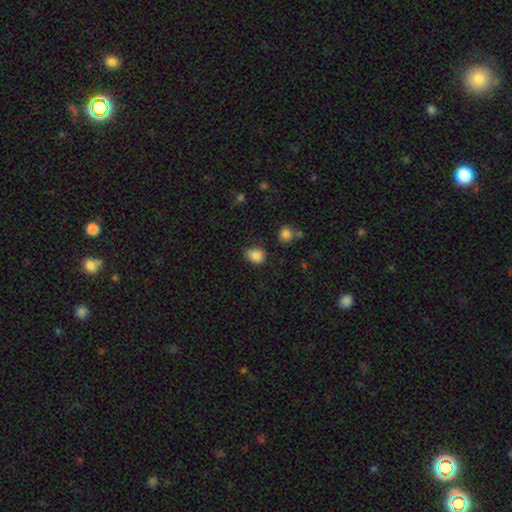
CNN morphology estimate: A smooth galaxy with no disk features (85%) that is in between round and cigar-shaped (62%).

Vote fractions:
- Smooth or featured? smooth: 85% / star or artifact: 10% / featured or disk: 5%
- How rounded? in between: 62% / round: 37% / cigar-shaped: 1%
- Merging? none: 72% / minor disturbance: 21% / major disturbance: 4% / merger: 3%